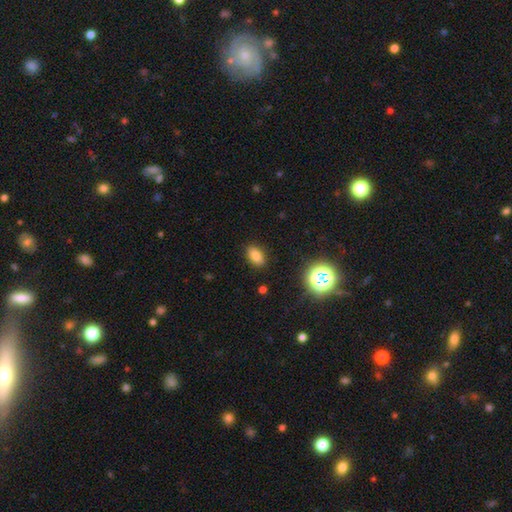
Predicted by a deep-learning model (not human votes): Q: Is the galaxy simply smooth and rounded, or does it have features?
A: smooth — 78%.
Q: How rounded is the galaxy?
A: in between — 88%.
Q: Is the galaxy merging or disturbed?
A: none — 88%.